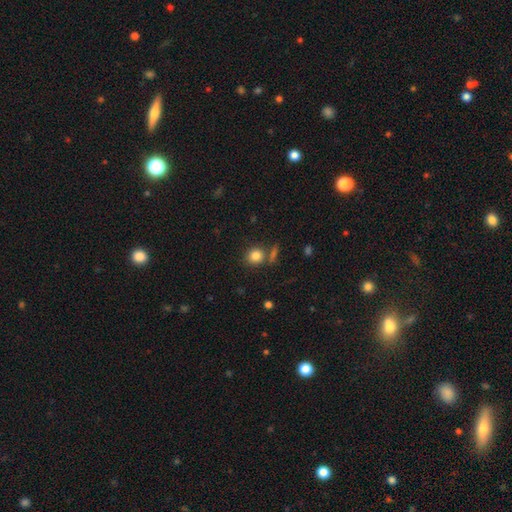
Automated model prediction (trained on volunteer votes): Smooth or featured? Predicted: smooth (p=0.83). How rounded? Predicted: round (p=0.80). Merging? Predicted: none (p=0.72).